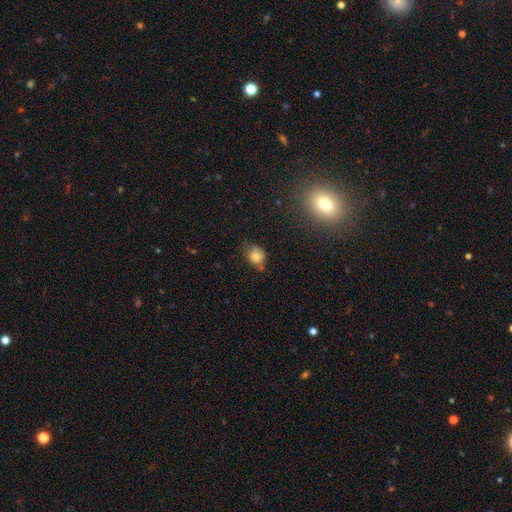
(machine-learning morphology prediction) Smooth or featured?
  - smooth: 76% *
  - star or artifact: 12%
  - featured or disk: 12%
How rounded?
  - round: 68% *
  - in between: 31%
  - cigar-shaped: 1%
Merging?
  - none: 63% *
  - minor disturbance: 26%
  - major disturbance: 6%
  - merger: 5%